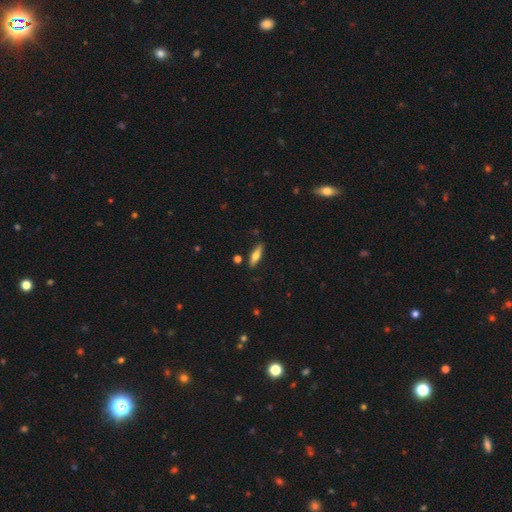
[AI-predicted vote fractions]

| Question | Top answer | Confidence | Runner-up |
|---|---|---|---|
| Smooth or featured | smooth | 63% | featured or disk (31%) |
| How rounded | cigar-shaped | 57% | in between (40%) |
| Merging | none | 84% | minor disturbance (11%) |